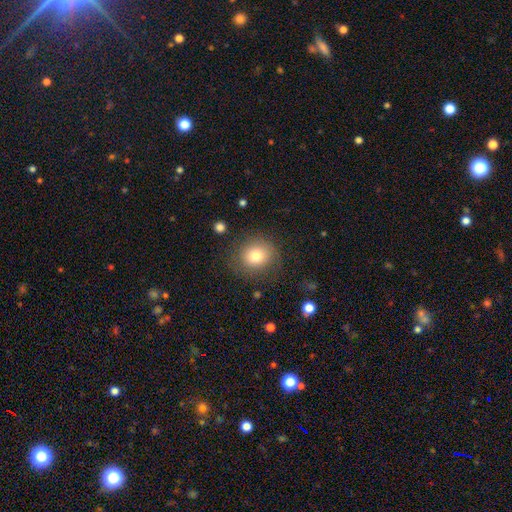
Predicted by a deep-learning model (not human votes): smooth_or_featured: smooth (p=0.76) [alt: featured or disk p=0.13]
how_rounded: round (p=0.81) [alt: in between p=0.18]
merging: none (p=0.77) [alt: minor disturbance p=0.14]